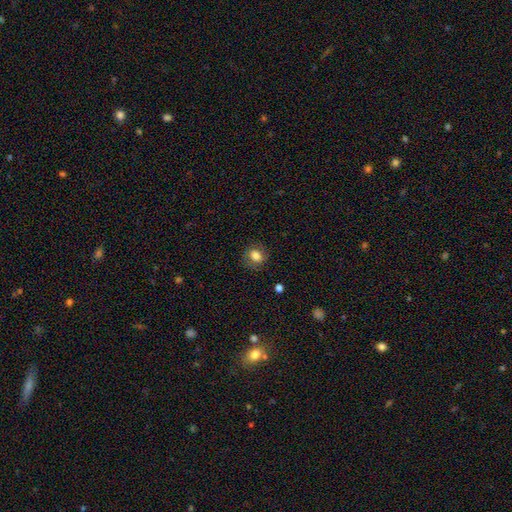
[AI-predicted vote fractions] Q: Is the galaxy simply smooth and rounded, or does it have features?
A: smooth — 80%.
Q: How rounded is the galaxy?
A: round — 59%.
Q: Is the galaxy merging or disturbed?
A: none — 79%.